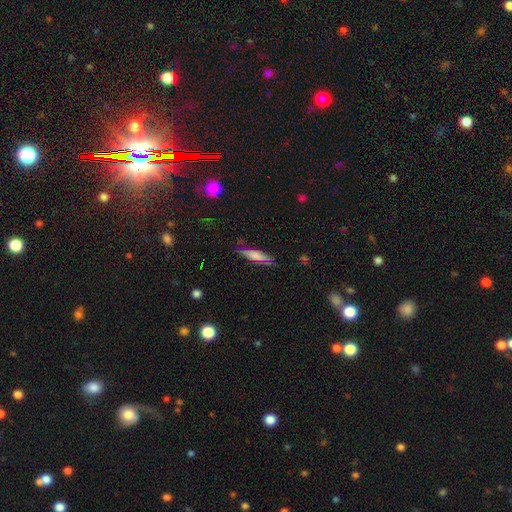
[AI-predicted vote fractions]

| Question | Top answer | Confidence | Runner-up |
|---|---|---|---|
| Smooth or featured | smooth | 63% | featured or disk (29%) |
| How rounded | cigar-shaped | 71% | in between (27%) |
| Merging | none | 74% | minor disturbance (20%) |